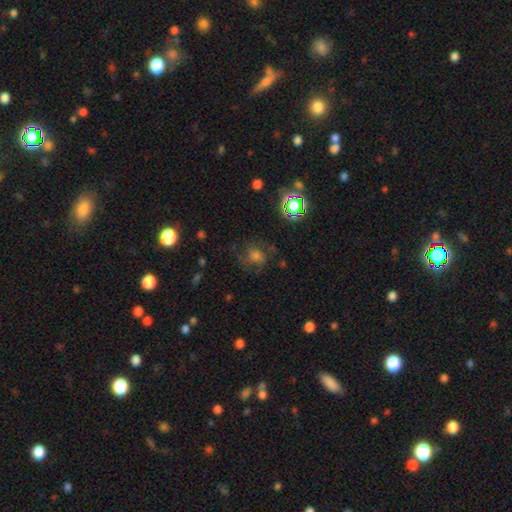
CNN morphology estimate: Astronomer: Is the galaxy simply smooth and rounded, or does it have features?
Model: featured or disk — 41% (runner-up: smooth, 35%).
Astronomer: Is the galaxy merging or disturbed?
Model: none — 65%.